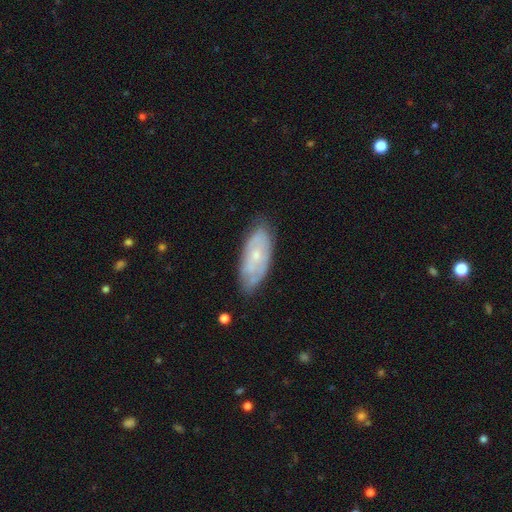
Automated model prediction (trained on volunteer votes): This is likely a featured or disk galaxy (62%). It is clearly not viewed edge-on (89%). Bar: likely no (77%). Spiral arm pattern: likely yes (70%). Central bulge: likely small (66%). Merging: likely none (74%).